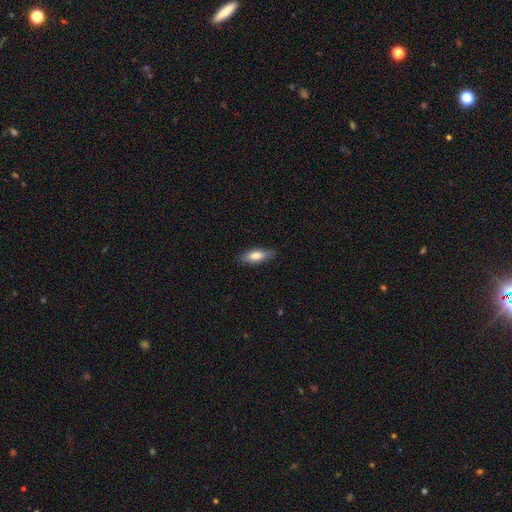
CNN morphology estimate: A smooth galaxy with no disk features (77%) that is in between round and cigar-shaped (61%). Merging: none (83%).